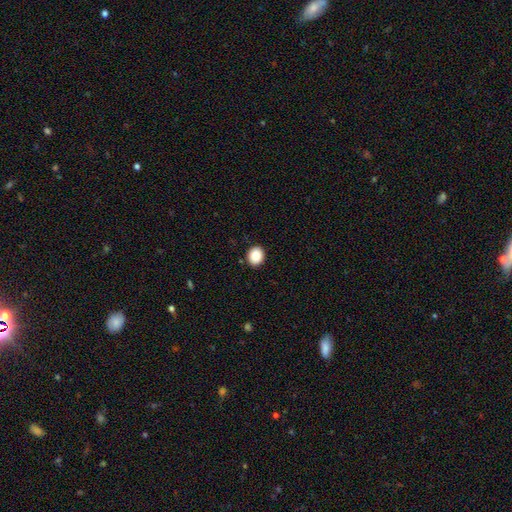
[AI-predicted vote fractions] Smooth or featured?
  - smooth: 85% *
  - star or artifact: 9%
  - featured or disk: 6%
How rounded?
  - round: 68% *
  - in between: 32%
  - cigar-shaped: 1%
Merging?
  - none: 91% *
  - minor disturbance: 6%
  - major disturbance: 2%
  - merger: 1%